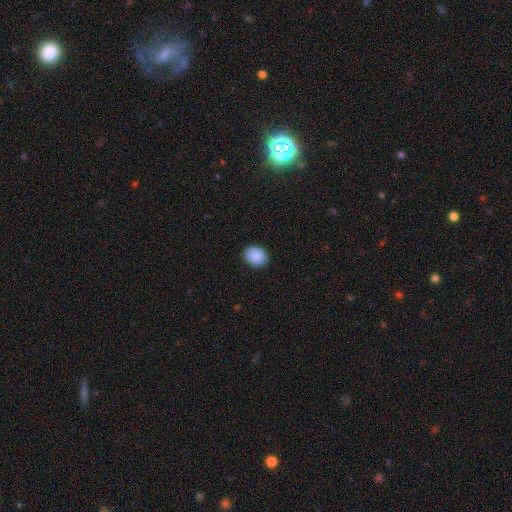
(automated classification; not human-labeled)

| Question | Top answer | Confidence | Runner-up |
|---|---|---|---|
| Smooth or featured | smooth | 90% | star or artifact (7%) |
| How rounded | round | 52% | in between (47%) |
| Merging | none | 86% | minor disturbance (10%) |